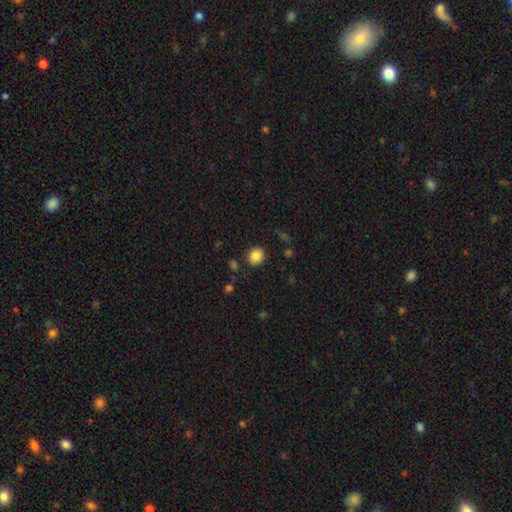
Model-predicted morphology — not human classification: A smooth galaxy with no disk features (86%) that is round (71%). Merging: none (86%).